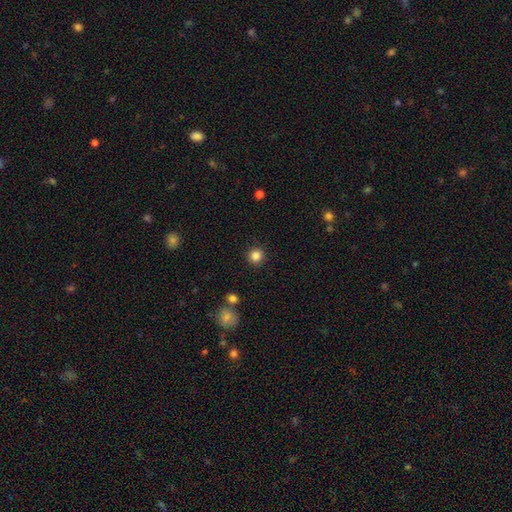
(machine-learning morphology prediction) Smooth or featured?
  - smooth: 85% *
  - star or artifact: 11%
  - featured or disk: 4%
How rounded?
  - round: 94% *
  - in between: 5%
  - cigar-shaped: 1%
Merging?
  - none: 90% *
  - minor disturbance: 6%
  - major disturbance: 2%
  - merger: 2%